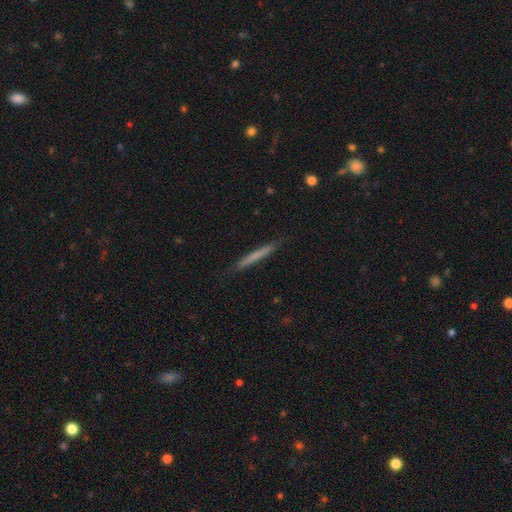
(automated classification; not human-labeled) Smooth or featured: smooth — 63% (featured or disk — 31%)
How rounded: cigar-shaped — 97% (in between — 2%)
Merging: none — 88% (minor disturbance — 9%)